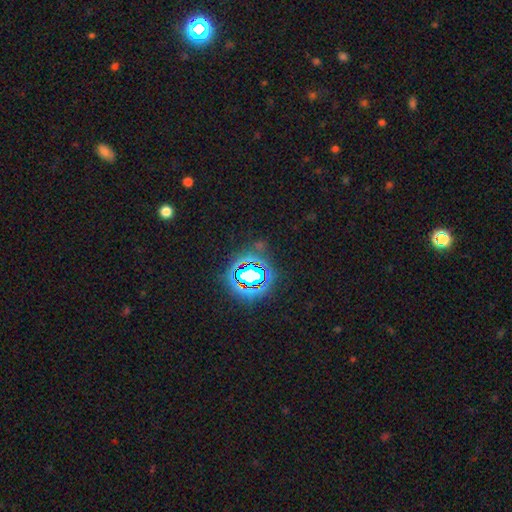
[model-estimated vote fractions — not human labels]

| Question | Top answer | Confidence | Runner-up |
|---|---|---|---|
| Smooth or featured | star or artifact | 81% | smooth (12%) |